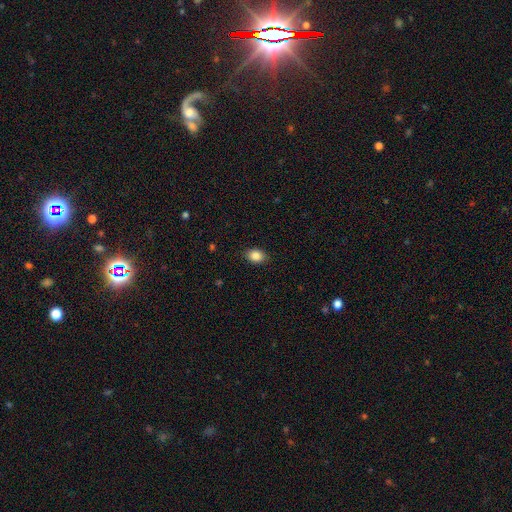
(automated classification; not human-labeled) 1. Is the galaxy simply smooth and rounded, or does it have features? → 86% smooth, 9% star or artifact, 5% featured or disk.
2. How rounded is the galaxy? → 68% in between, 31% round, 1% cigar-shaped.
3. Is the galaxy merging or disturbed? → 87% none, 9% minor disturbance, 2% major disturbance, 1% merger.